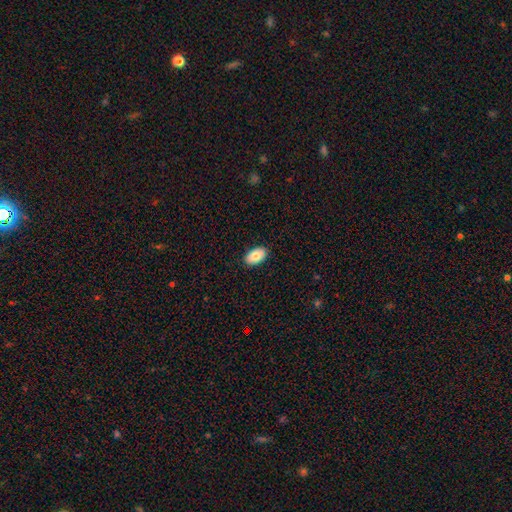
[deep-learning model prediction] Q: Smooth or featured?
A: smooth (83%); runner-up: featured or disk (11%)
Q: How rounded?
A: in between (94%); runner-up: round (4%)
Q: Merging?
A: none (89%); runner-up: minor disturbance (8%)